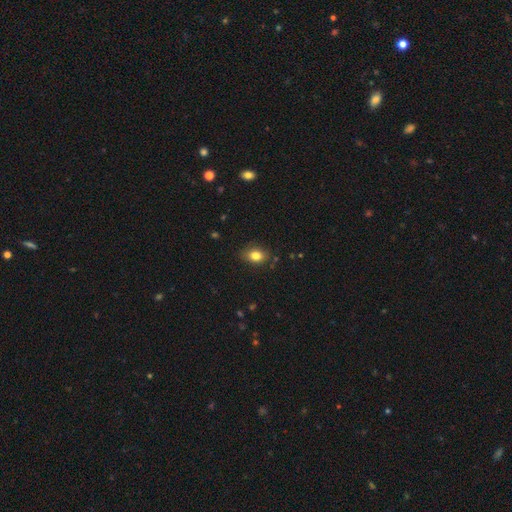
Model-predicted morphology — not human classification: A smooth galaxy with no disk features (82%) that is in between round and cigar-shaped (72%).

Vote fractions:
- Smooth or featured? smooth: 82% / star or artifact: 10% / featured or disk: 8%
- How rounded? in between: 72% / round: 27% / cigar-shaped: 1%
- Merging? none: 81% / minor disturbance: 15% / major disturbance: 3% / merger: 2%